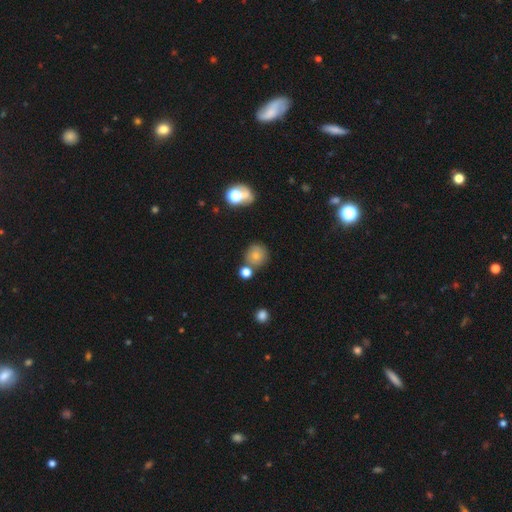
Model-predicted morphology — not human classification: Smooth or featured?
  - smooth: 74% *
  - star or artifact: 14%
  - featured or disk: 12%
How rounded?
  - round: 88% *
  - in between: 11%
  - cigar-shaped: 1%
Merging?
  - none: 71% *
  - merger: 14%
  - minor disturbance: 12%
  - major disturbance: 4%